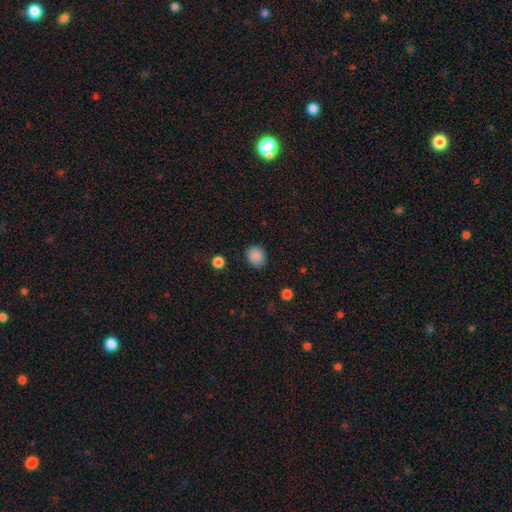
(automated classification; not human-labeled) Q: Smooth or featured?
A: smooth (88%); runner-up: star or artifact (9%)
Q: How rounded?
A: round (70%); runner-up: in between (29%)
Q: Merging?
A: none (85%); runner-up: minor disturbance (11%)